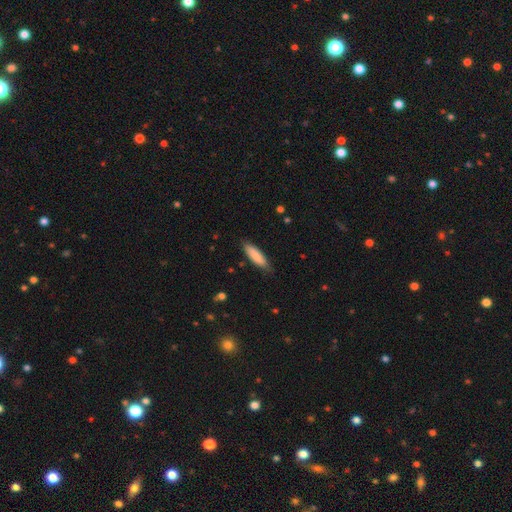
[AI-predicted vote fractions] This appears to be a smooth galaxy with no disk features (85%) that is cigar-shaped (62%). Merging: none (81%).